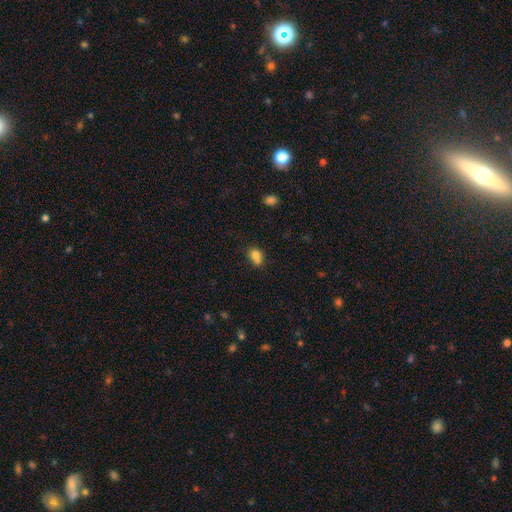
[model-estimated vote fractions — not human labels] This is likely a smooth galaxy (78%). How rounded: possibly in between (50%). Merging: possibly none (47%).